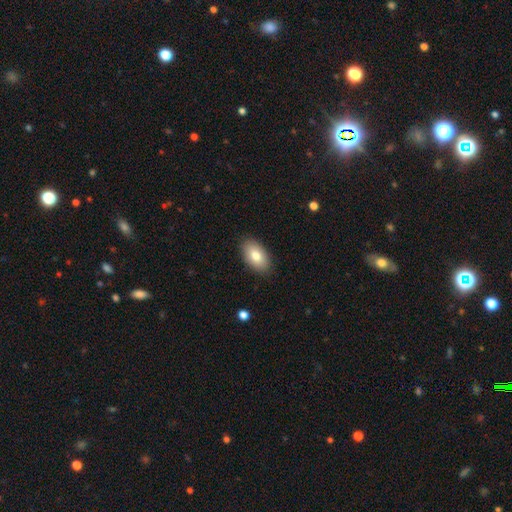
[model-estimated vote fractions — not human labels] The model was most divided on "smooth or featured": smooth: 79%, featured or disk: 14%, star or artifact: 7%. More confident: how rounded — in between (93%); merging — none (87%).